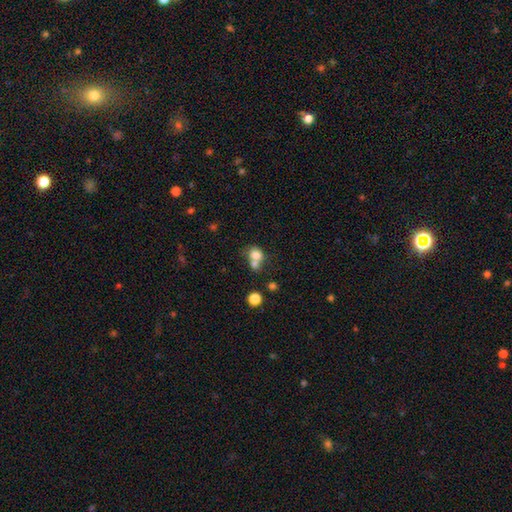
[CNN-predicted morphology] A smooth galaxy with no disk features (75%) that is round (56%). Merging: merger (55%).